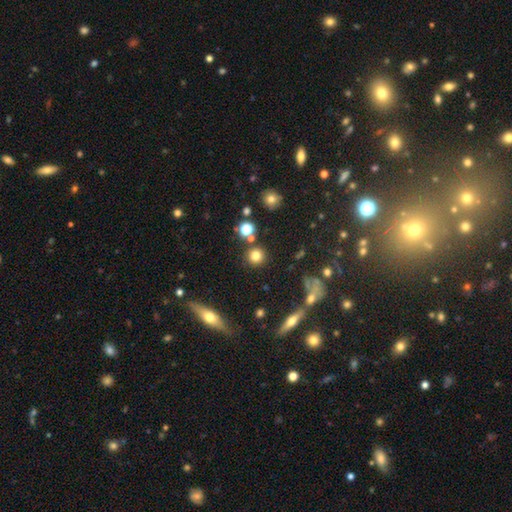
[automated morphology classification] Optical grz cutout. It shows a smooth galaxy with no disk features (78%) that is round (92%). Merging: none (83%).